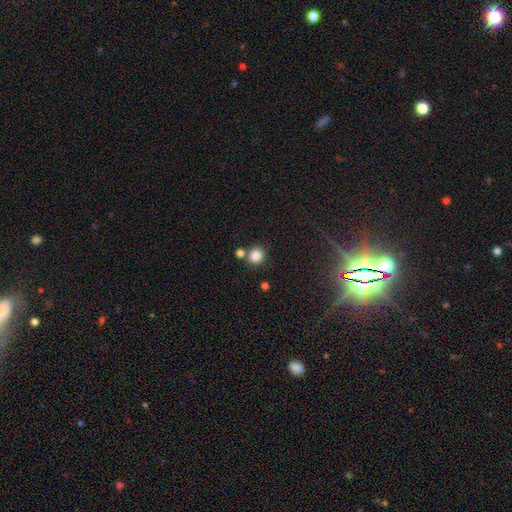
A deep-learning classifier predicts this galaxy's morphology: smooth 85%, star or artifact 11%, featured or disk 5%. Down the decision tree: how rounded — round (85%); merging — none (70%).